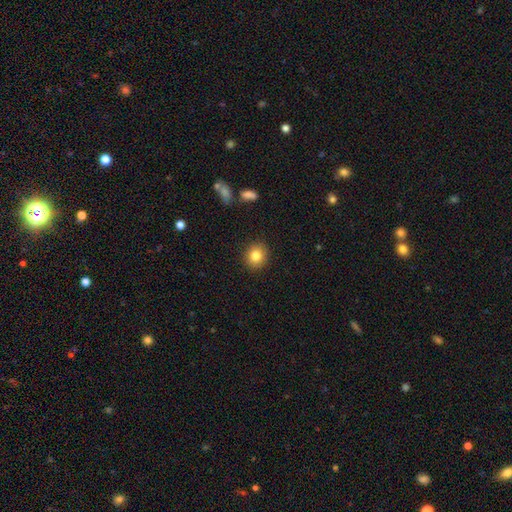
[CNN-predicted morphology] The model was most divided on "how rounded": round: 83%, in between: 17%, cigar-shaped: 1%. More confident: merging — none (90%); smooth or featured — smooth (83%).